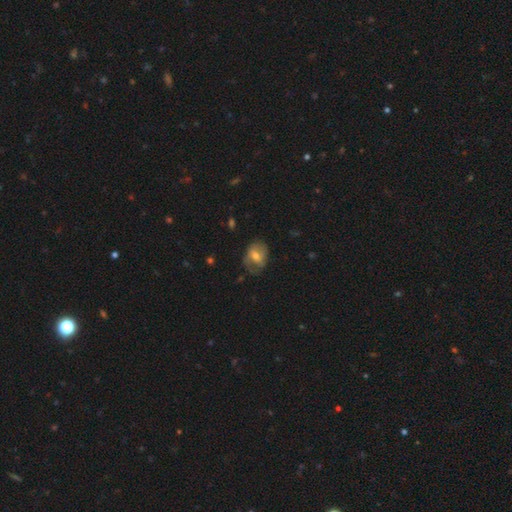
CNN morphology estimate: Smooth or featured?
  - featured or disk: 47% *
  - smooth: 46%
  - star or artifact: 8%
Merging?
  - none: 53% *
  - minor disturbance: 30%
  - major disturbance: 16%
  - merger: 2%